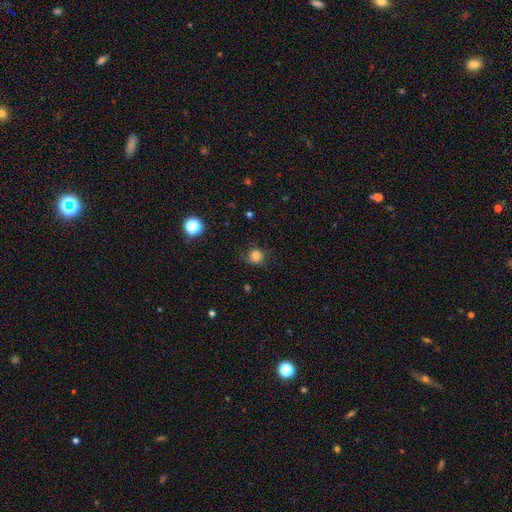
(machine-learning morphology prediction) Smooth or featured: smooth — 75% (star or artifact — 13%)
How rounded: round — 82% (in between — 18%)
Merging: none — 65% (minor disturbance — 23%)